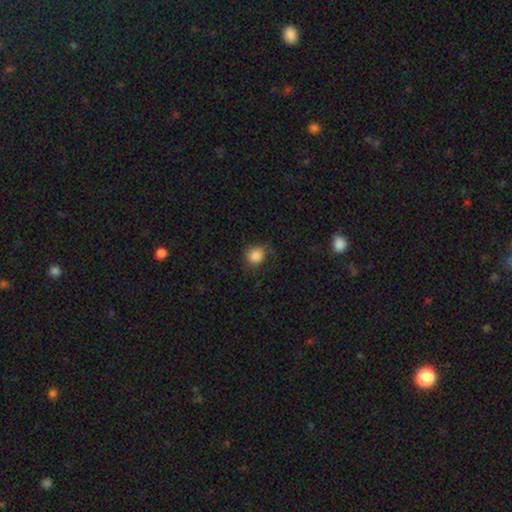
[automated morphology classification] type=smooth (86%); roundness=round (77%); merging=none (70%).